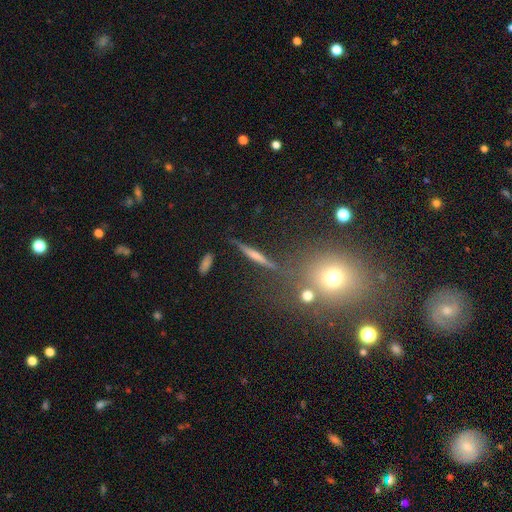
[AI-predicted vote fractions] smooth_or_featured: featured or disk (p=0.54) [alt: smooth p=0.33]
disk_edge_on: yes (p=0.92) [alt: no p=0.08]
merging: none (p=0.84) [alt: minor disturbance p=0.09]